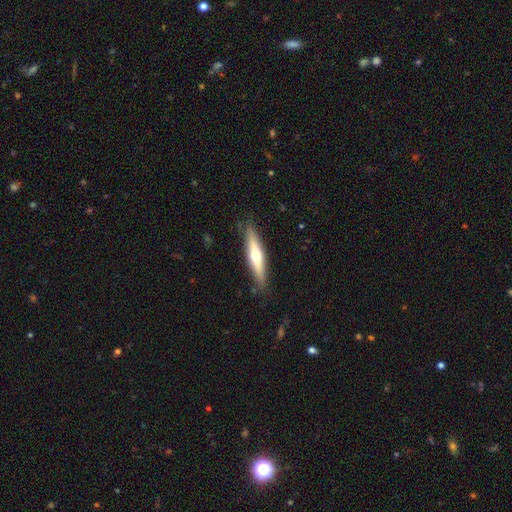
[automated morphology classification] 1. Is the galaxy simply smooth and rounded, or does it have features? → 53% featured or disk, 41% smooth, 6% star or artifact.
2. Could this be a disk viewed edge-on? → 92% yes, 8% no.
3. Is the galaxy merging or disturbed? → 87% none, 10% minor disturbance, 2% major disturbance, 1% merger.